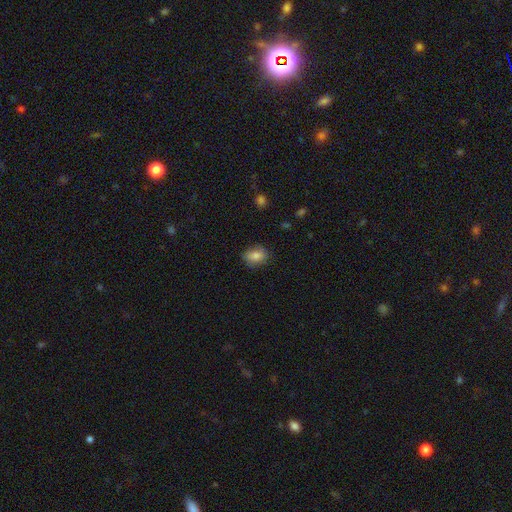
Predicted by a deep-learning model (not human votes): A smooth galaxy with no disk features (82%) that is in between round and cigar-shaped (68%). Merging: none (80%).